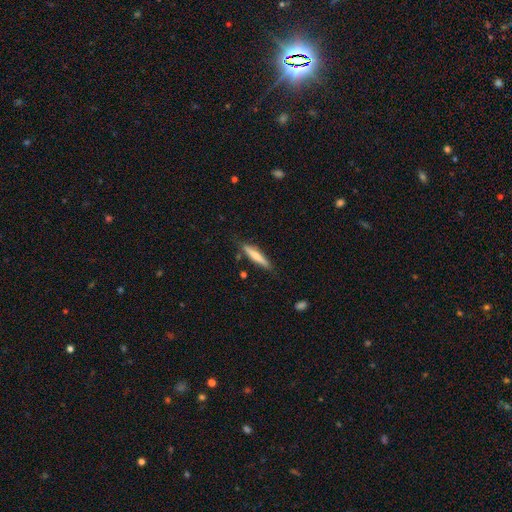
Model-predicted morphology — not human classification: Overall: smooth (60%; featured or disk 34%). How rounded: cigar-shaped (90%). Merging: none (82%).